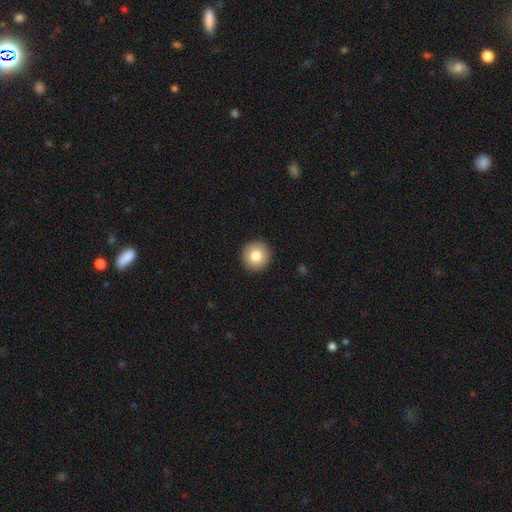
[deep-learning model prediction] smooth 82%, featured or disk 9%, star or artifact 9%. Down the decision tree: how rounded — round (96%); merging — none (93%).